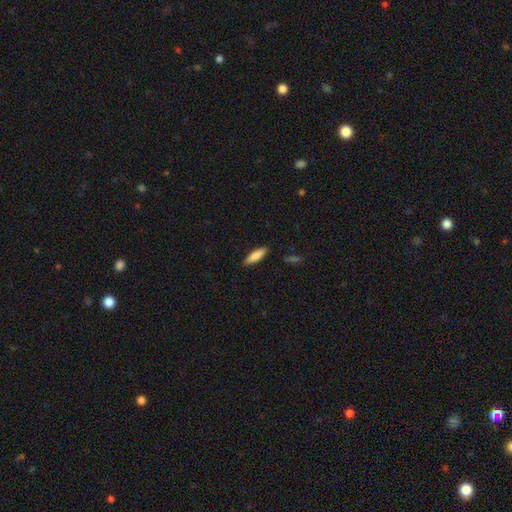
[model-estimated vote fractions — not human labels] smooth 82%, featured or disk 12%, star or artifact 6%. Down the decision tree: how rounded — cigar-shaped (62%); merging — none (87%).